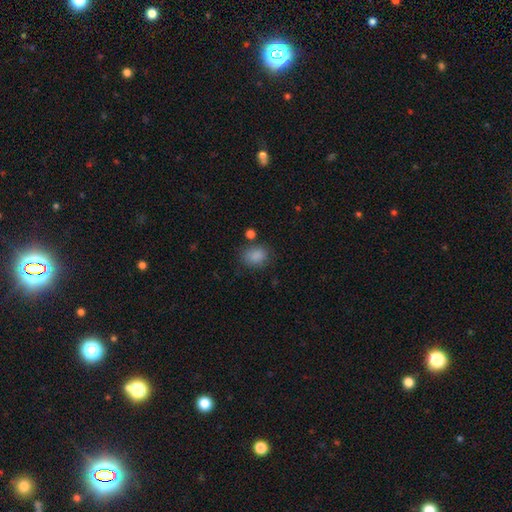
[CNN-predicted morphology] Smooth or featured?
  - smooth: 85% *
  - star or artifact: 10%
  - featured or disk: 5%
How rounded?
  - in between: 61% *
  - round: 38%
  - cigar-shaped: 1%
Merging?
  - none: 72% *
  - minor disturbance: 17%
  - merger: 6%
  - major disturbance: 5%